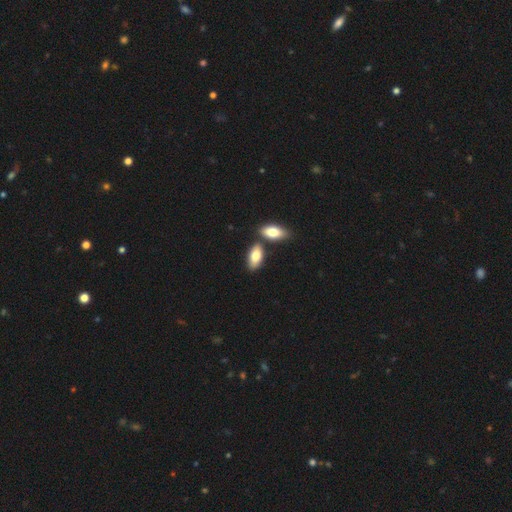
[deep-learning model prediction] The model was most divided on "merging": none: 62%, merger: 23%, minor disturbance: 12%, major disturbance: 3%. More confident: how rounded — in between (90%); smooth or featured — smooth (81%).